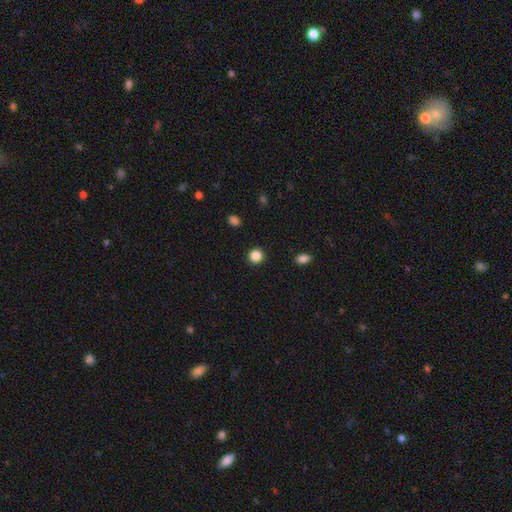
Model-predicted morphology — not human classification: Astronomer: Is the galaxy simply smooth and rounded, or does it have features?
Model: smooth — 86%.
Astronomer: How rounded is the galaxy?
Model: round — 93%.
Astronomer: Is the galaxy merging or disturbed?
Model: none — 92%.